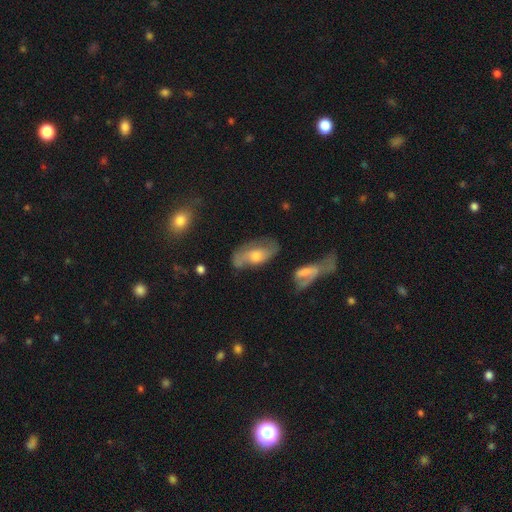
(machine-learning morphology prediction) Q: Smooth or featured?
A: featured or disk (56%); runner-up: smooth (36%)
Q: Edge-on disk?
A: no (88%); runner-up: yes (12%)
Q: Merging?
A: none (56%); runner-up: minor disturbance (25%)